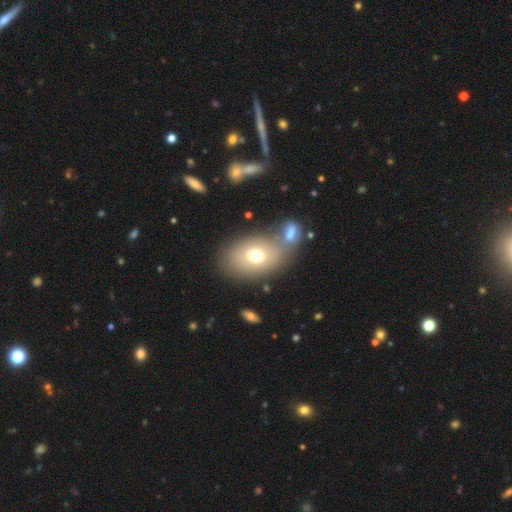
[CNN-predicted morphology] Smooth or featured? Predicted: smooth (p=0.69). How rounded? Predicted: in between (p=0.78). Merging? Predicted: none (p=0.52).